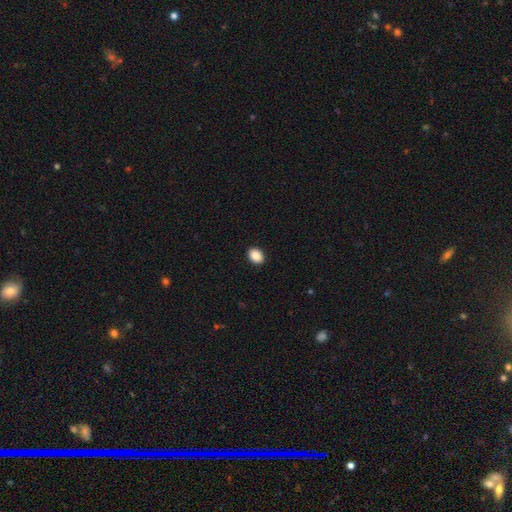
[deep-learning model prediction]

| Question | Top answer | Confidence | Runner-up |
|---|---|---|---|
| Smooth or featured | smooth | 88% | star or artifact (8%) |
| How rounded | in between | 58% | round (41%) |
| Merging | none | 92% | minor disturbance (6%) |